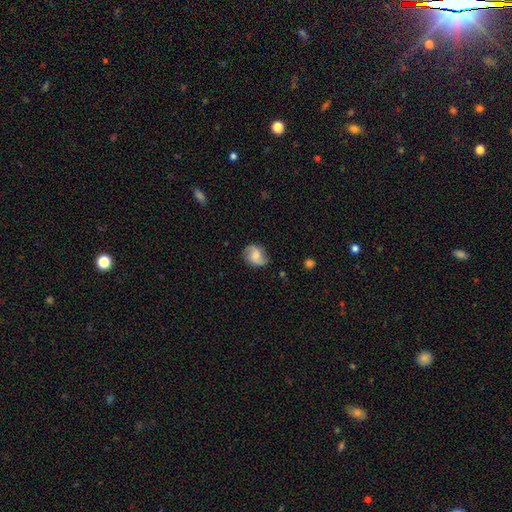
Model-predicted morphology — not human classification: A featured or disk galaxy (55%) with no bar (53%), spiral arms (91%) and a moderate central bulge (47%).

Vote fractions:
- Smooth or featured? featured or disk: 55% / smooth: 37% / star or artifact: 8%
- Edge-on disk? no: 97% / yes: 3%
- Bar? no: 53% / weak: 39% / strong: 9%
- Spiral arms? yes: 91% / no: 9%
- Bulge size? moderate: 47% / small: 31% / none: 11% / large: 9% / dominant: 2%
- Merging? none: 75% / minor disturbance: 18% / major disturbance: 5% / merger: 1%